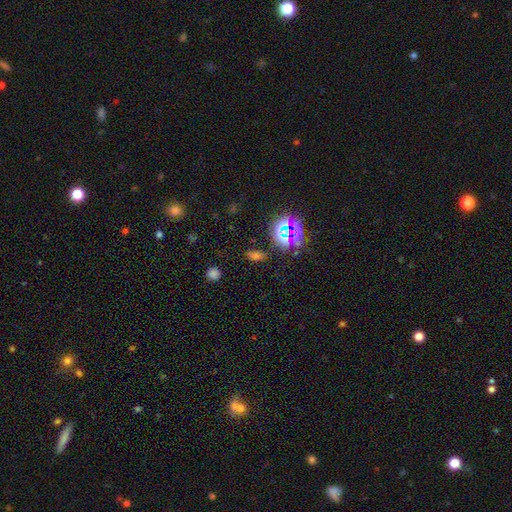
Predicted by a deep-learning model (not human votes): Q: Smooth or featured?
A: star or artifact (46%); runner-up: smooth (45%)